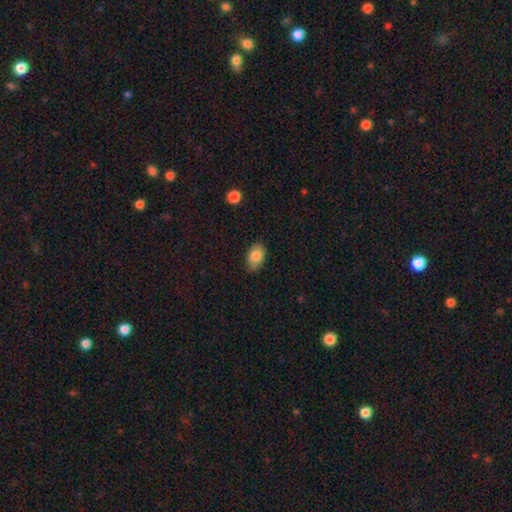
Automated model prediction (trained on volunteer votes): A smooth galaxy with no disk features (84%) that is in between round and cigar-shaped (88%). Merging: none (82%).